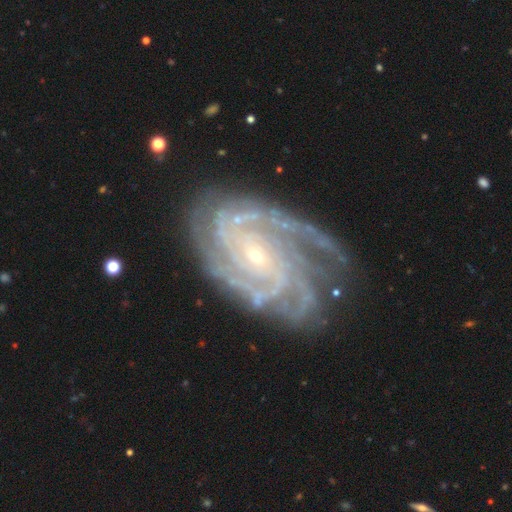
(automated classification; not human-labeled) The model was most divided on "spiral arm count": 4: 31%, more than 4: 18%, 3: 17%, can't tell: 16%, 2: 10%, 1: 8%. More confident: spiral arms — yes (98%); edge-on disk — no (97%); smooth or featured — featured or disk (92%); bulge size — small (79%); merging — none (74%); spiral winding — tight (72%); bar — no (60%).